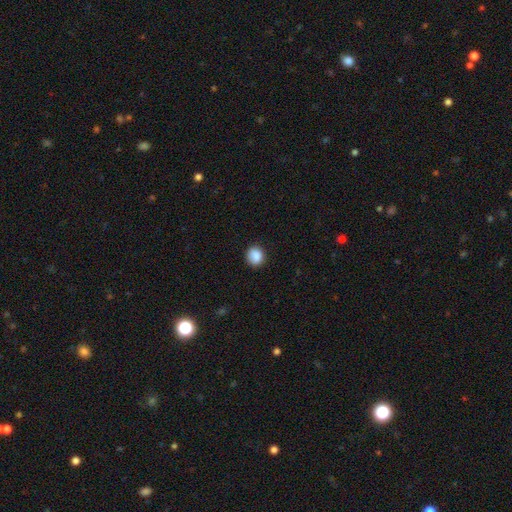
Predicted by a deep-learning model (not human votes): smooth_or_featured: smooth (p=0.88) [alt: star or artifact p=0.09]
how_rounded: round (p=0.77) [alt: in between p=0.22]
merging: none (p=0.87) [alt: minor disturbance p=0.10]